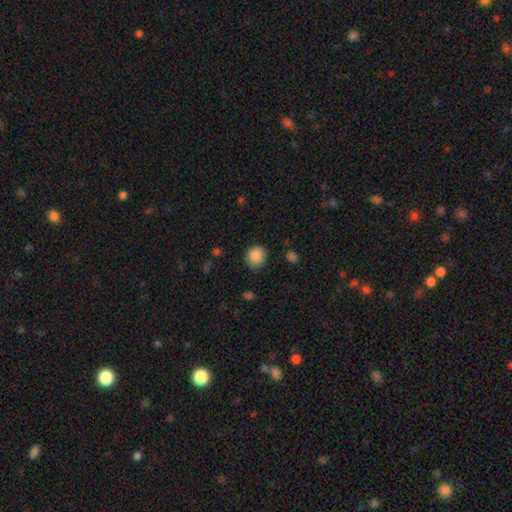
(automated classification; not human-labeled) Morphology: type=smooth (88%); roundness=round (84%); merging=none (85%).